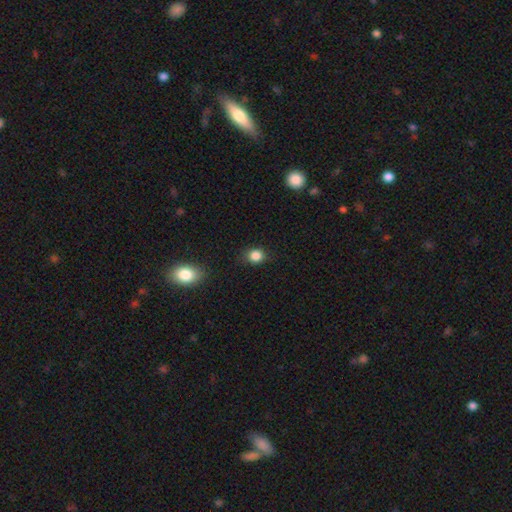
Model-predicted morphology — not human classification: Smooth or featured? Predicted: smooth (p=0.84). How rounded? Predicted: round (p=0.70). Merging? Predicted: none (p=0.77).